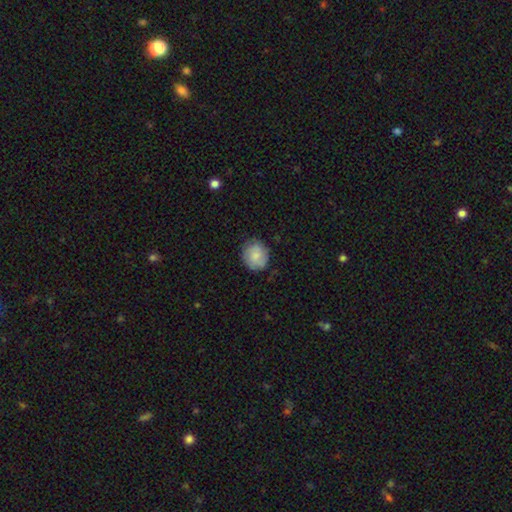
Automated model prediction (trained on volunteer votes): This is likely a smooth galaxy (77%). How rounded: likely round (76%). Merging: likely none (78%).